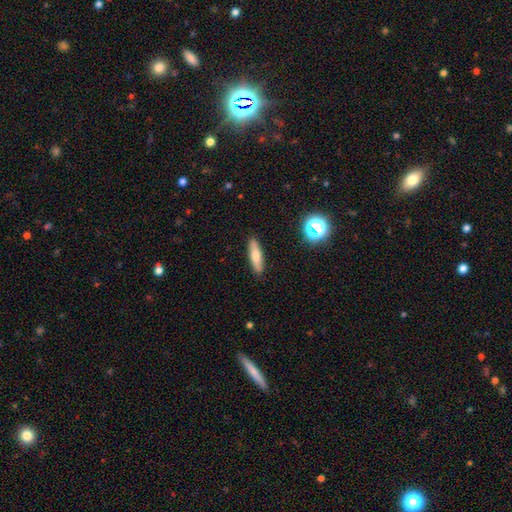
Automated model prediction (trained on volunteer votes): This appears to be a smooth galaxy with no disk features (73%) that is cigar-shaped (70%). Merging: none (88%).